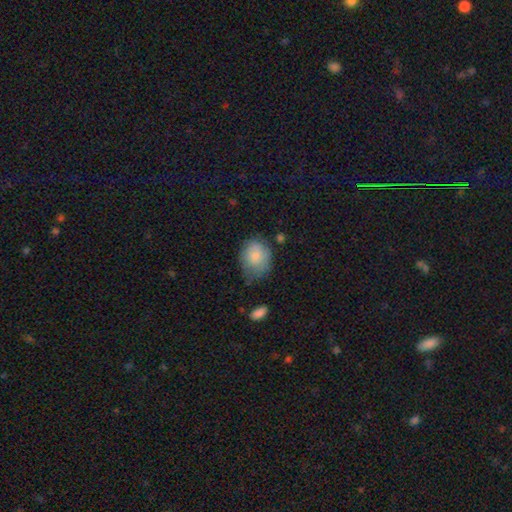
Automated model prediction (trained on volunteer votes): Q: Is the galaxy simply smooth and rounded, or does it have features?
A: smooth — 78%.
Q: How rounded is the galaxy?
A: in between — 50%.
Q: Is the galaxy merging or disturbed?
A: none — 52%.